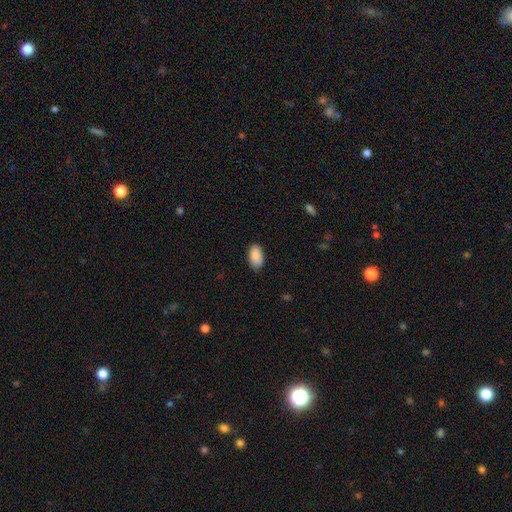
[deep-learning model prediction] A smooth galaxy with no disk features (89%) that is in between round and cigar-shaped (94%).

Vote fractions:
- Smooth or featured? smooth: 89% / star or artifact: 7% / featured or disk: 4%
- How rounded? in between: 94% / round: 4% / cigar-shaped: 2%
- Merging? none: 84% / minor disturbance: 13% / major disturbance: 2% / merger: 1%